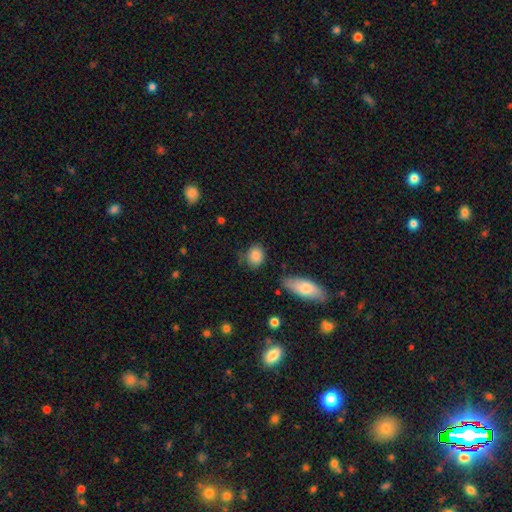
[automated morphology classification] smooth 85%, star or artifact 8%, featured or disk 7%. Down the decision tree: how rounded — in between (53%); merging — none (68%).